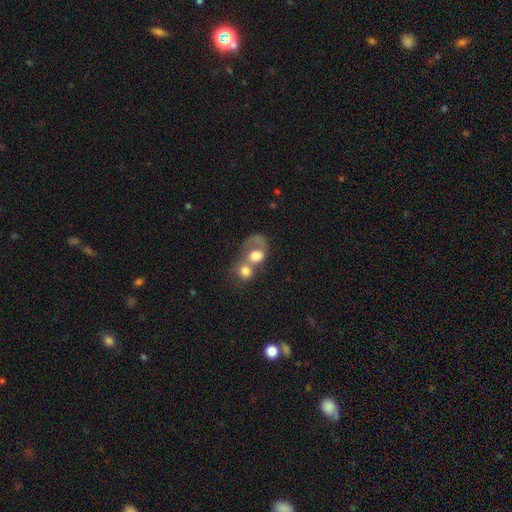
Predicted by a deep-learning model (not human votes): A smooth galaxy with no disk features (59%) that is round (56%). Merging: merger (74%).